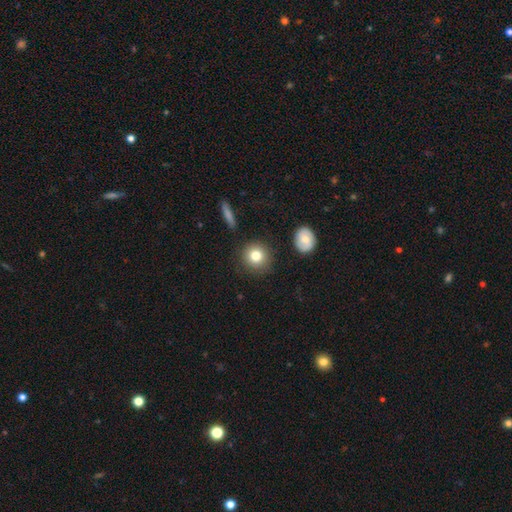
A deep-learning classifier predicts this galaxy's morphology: Smooth or featured?
  - smooth: 81% *
  - featured or disk: 10%
  - star or artifact: 9%
How rounded?
  - round: 90% *
  - in between: 9%
  - cigar-shaped: 1%
Merging?
  - none: 87% *
  - minor disturbance: 8%
  - merger: 3%
  - major disturbance: 2%